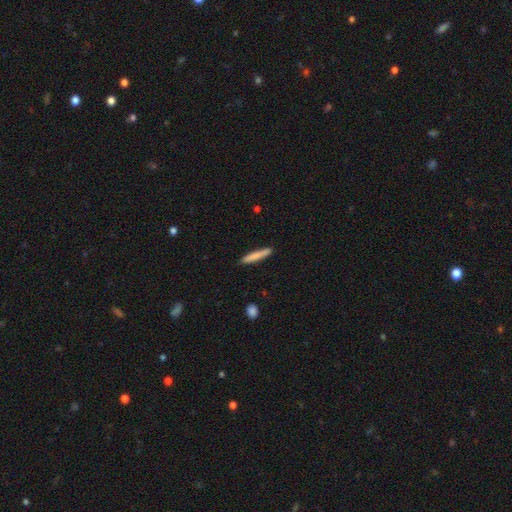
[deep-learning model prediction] The model was most divided on "smooth or featured": smooth: 78%, featured or disk: 16%, star or artifact: 6%. More confident: how rounded — cigar-shaped (94%); merging — none (88%).